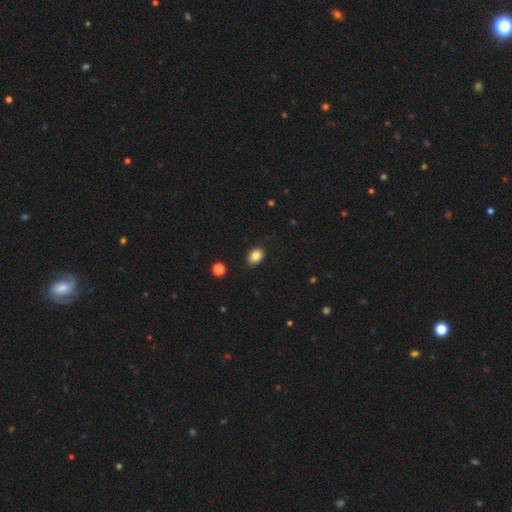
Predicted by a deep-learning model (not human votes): This is clearly a smooth galaxy (85%). How rounded: likely in between (75%). Merging: clearly none (86%).